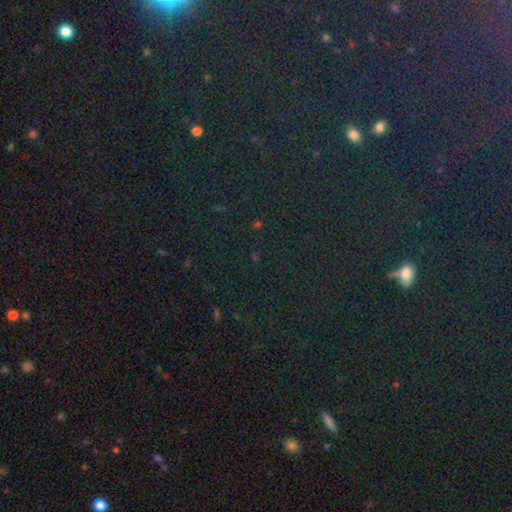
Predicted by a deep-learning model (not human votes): The model was most divided on "smooth or featured": star or artifact: 77%, smooth: 15%, featured or disk: 8%.